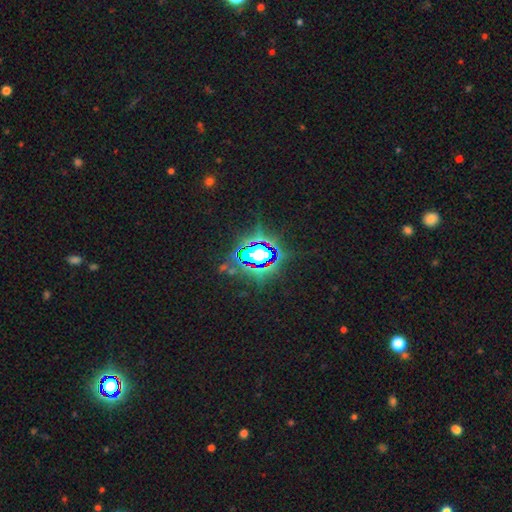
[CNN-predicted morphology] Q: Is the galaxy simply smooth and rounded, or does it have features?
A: star or artifact — 84%.